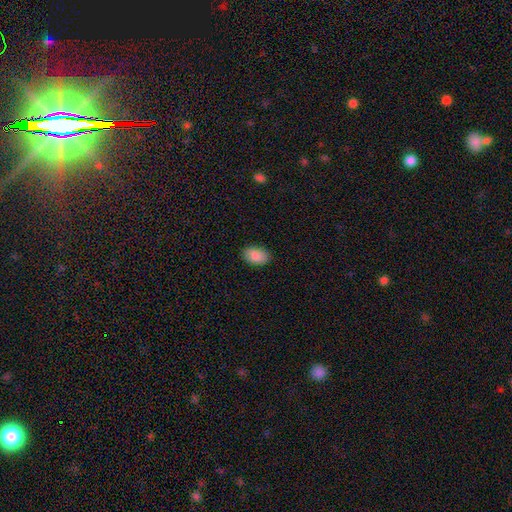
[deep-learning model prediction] Overall: smooth (89%). How rounded: in between (91%). Merging: none (87%).